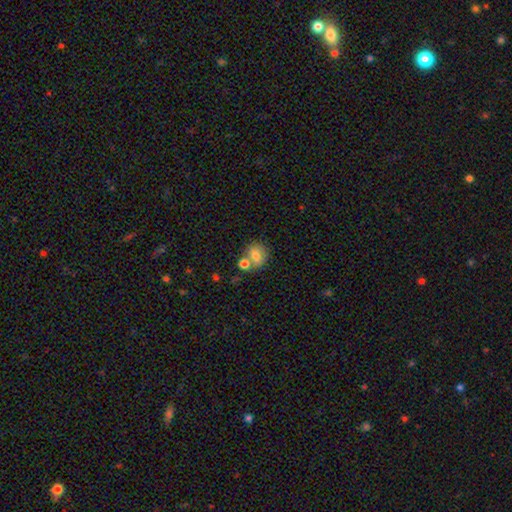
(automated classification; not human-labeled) This appears to be a smooth galaxy with no disk features (76%) that is round (72%). Merging: none (54%).